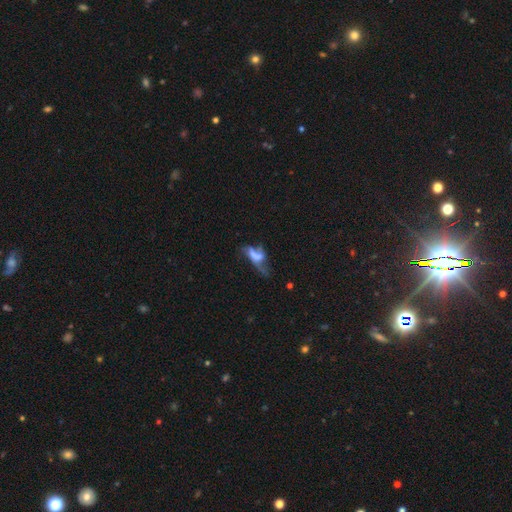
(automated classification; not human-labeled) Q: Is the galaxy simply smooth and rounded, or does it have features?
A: featured or disk — 44%.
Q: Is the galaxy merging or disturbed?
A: major disturbance — 37%.